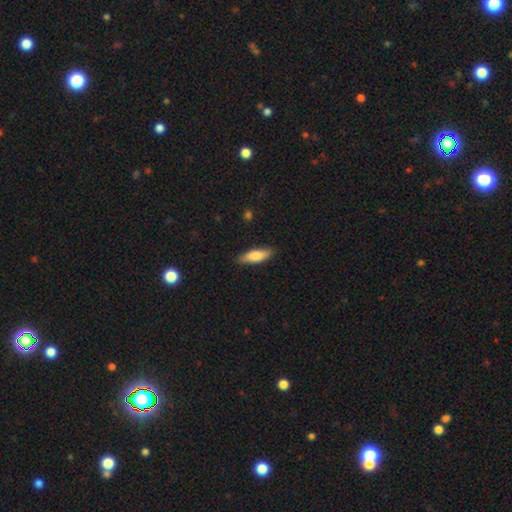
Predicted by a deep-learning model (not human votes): Smooth or featured: smooth — 81% (featured or disk — 13%)
How rounded: in between — 52% (cigar-shaped — 46%)
Merging: none — 84% (minor disturbance — 12%)